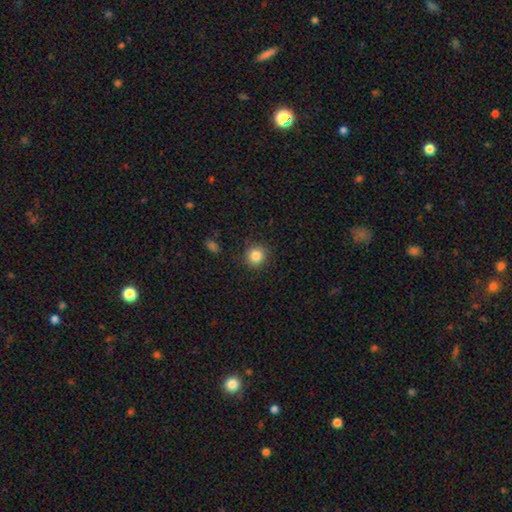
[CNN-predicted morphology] Smooth or featured: smooth — 85% (star or artifact — 10%)
How rounded: round — 89% (in between — 10%)
Merging: none — 88% (minor disturbance — 8%)